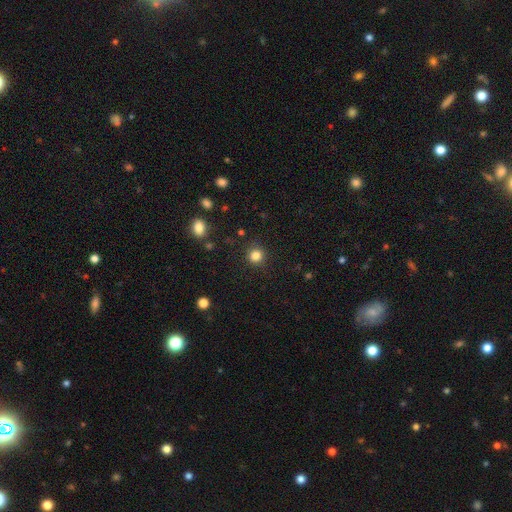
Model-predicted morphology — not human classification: smooth-or-featured: smooth: 83% | star or artifact: 12% | featured or disk: 4%
  how-rounded: round: 92% | in between: 7% | cigar-shaped: 1%
  merging: none: 89% | minor disturbance: 7% | major disturbance: 2% | merger: 1%